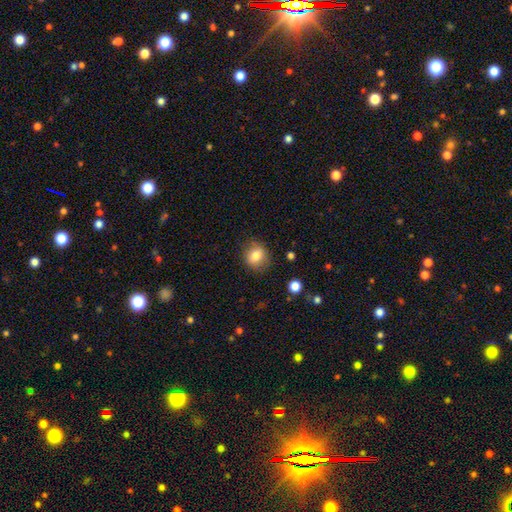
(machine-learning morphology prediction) This appears to be a smooth galaxy with no disk features (80%) that is round (73%). Merging: none (83%).